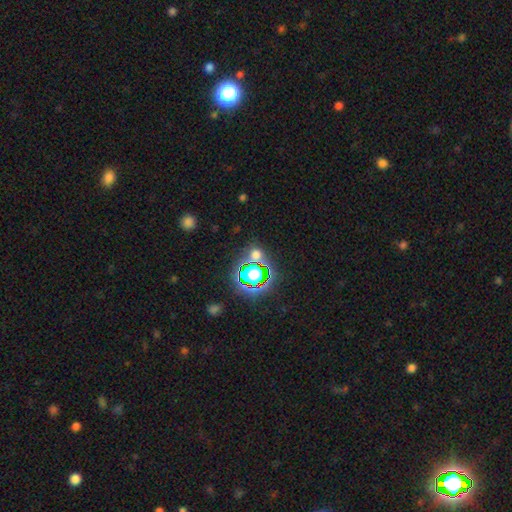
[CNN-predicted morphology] Smooth or featured: star or artifact — 49% (smooth — 42%)